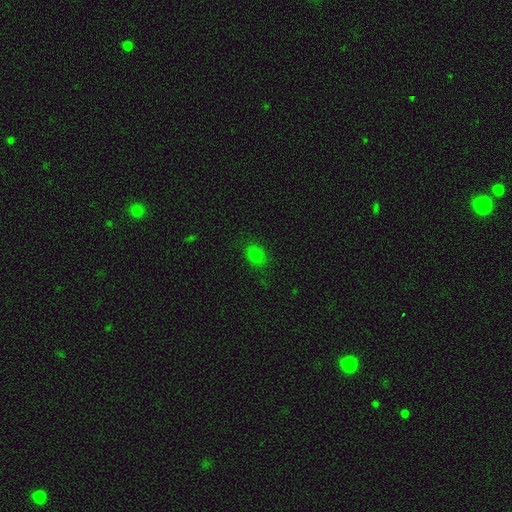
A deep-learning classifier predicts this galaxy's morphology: smooth 79%, star or artifact 15%, featured or disk 6%. Down the decision tree: how rounded — in between (61%); merging — none (84%).